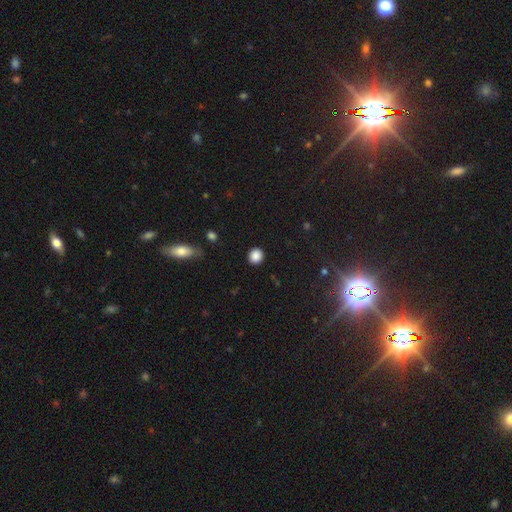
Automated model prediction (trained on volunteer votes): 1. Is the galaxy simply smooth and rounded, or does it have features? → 87% smooth, 10% star or artifact, 3% featured or disk.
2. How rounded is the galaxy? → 88% round, 11% in between, 1% cigar-shaped.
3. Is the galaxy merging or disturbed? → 90% none, 6% minor disturbance, 2% major disturbance, 1% merger.